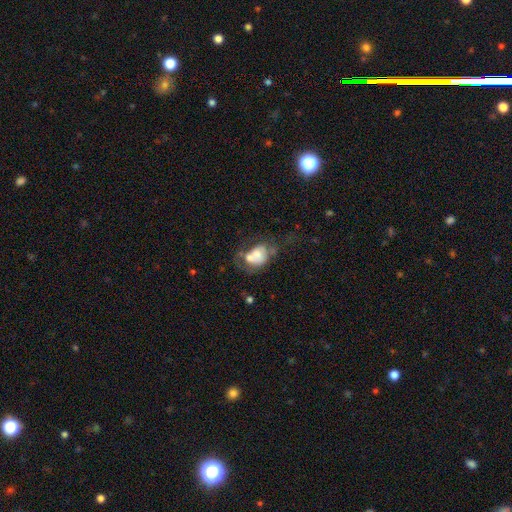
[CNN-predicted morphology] Smooth or featured?
  - smooth: 47% *
  - featured or disk: 43%
  - star or artifact: 10%
Merging?
  - merger: 36% *
  - major disturbance: 26%
  - none: 21%
  - minor disturbance: 16%